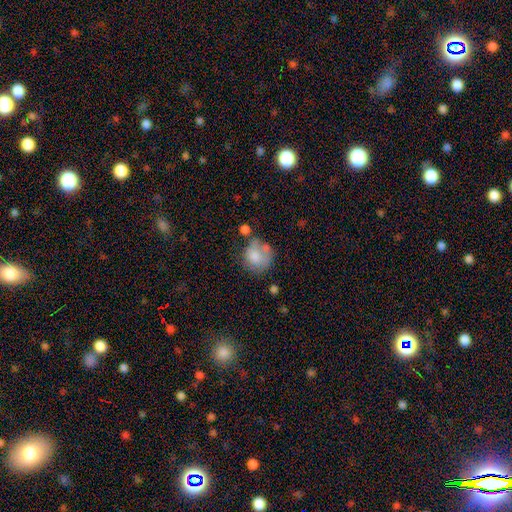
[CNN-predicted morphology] Smooth or featured: smooth — 72% (featured or disk — 20%)
How rounded: round — 76% (in between — 23%)
Merging: none — 43% (minor disturbance — 26%)